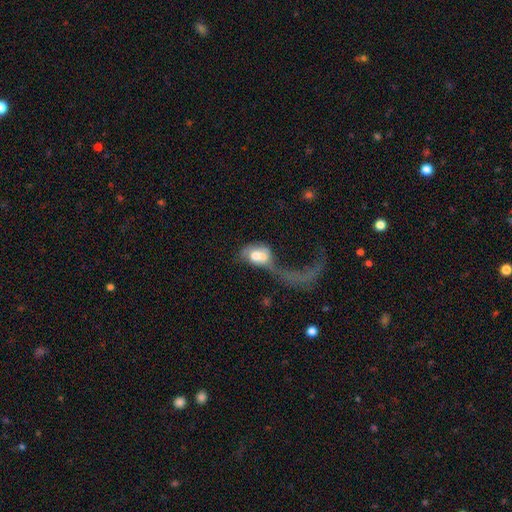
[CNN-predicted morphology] Overall: smooth (53%; featured or disk 39%). How rounded: in between (61%; round 36%). Merging: major disturbance (48%; merger 36%).